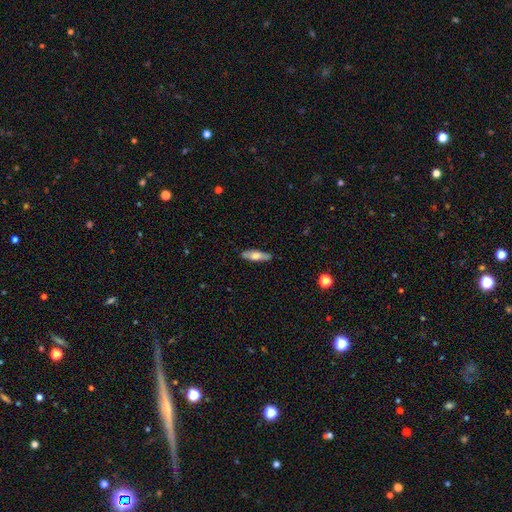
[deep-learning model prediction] Overall: smooth (66%; featured or disk 29%). How rounded: cigar-shaped (55%; in between 43%). Merging: none (85%).